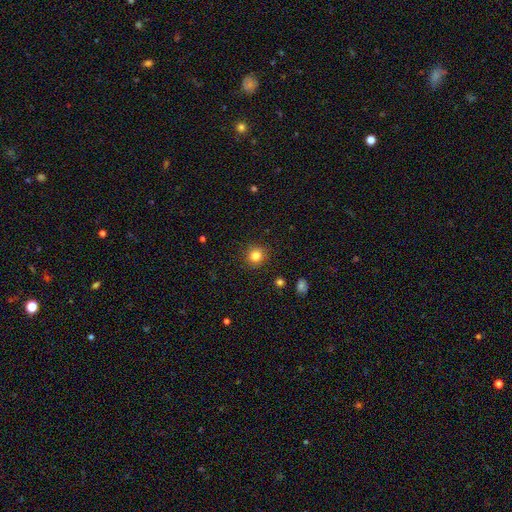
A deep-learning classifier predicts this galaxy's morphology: Q: Smooth or featured?
A: smooth (83%); runner-up: star or artifact (12%)
Q: How rounded?
A: round (90%); runner-up: in between (9%)
Q: Merging?
A: none (90%); runner-up: minor disturbance (7%)